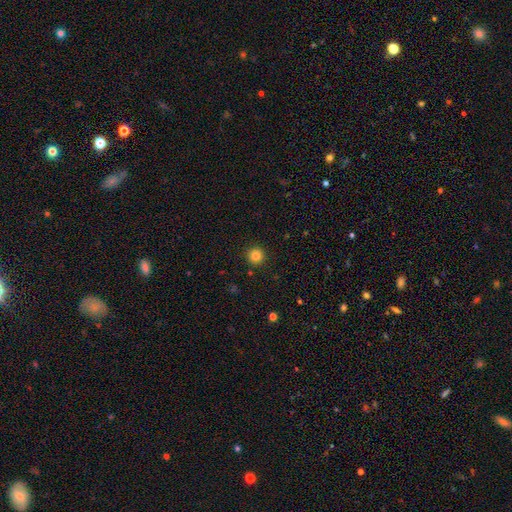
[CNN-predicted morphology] smooth-or-featured: smooth: 83% | star or artifact: 12% | featured or disk: 5%
  how-rounded: round: 96% | in between: 4% | cigar-shaped: 1%
  merging: none: 92% | minor disturbance: 5% | major disturbance: 2% | merger: 1%